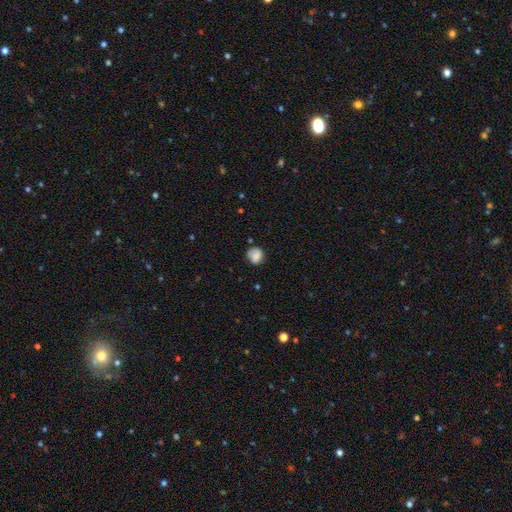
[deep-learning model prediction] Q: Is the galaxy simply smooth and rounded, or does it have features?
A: smooth — 79%.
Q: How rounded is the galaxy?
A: round — 82%.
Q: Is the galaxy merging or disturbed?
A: none — 70%.